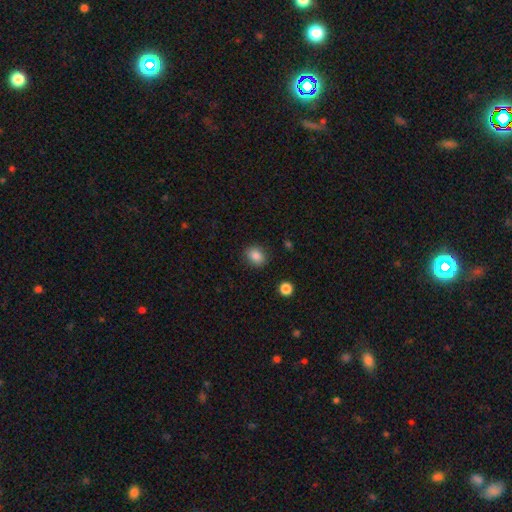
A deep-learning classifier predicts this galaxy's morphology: A smooth galaxy with no disk features (86%) that is round (50%).

Vote fractions:
- Smooth or featured? smooth: 86% / star or artifact: 10% / featured or disk: 4%
- How rounded? round: 50% / in between: 49% / cigar-shaped: 1%
- Merging? none: 86% / minor disturbance: 10% / major disturbance: 3% / merger: 2%